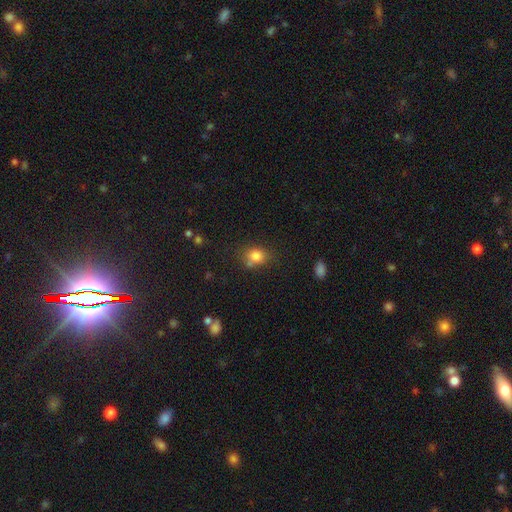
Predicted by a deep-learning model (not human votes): Smooth or featured?
  - smooth: 80% *
  - star or artifact: 12%
  - featured or disk: 8%
How rounded?
  - round: 56% *
  - in between: 43%
  - cigar-shaped: 1%
Merging?
  - none: 64% *
  - minor disturbance: 18%
  - merger: 13%
  - major disturbance: 5%